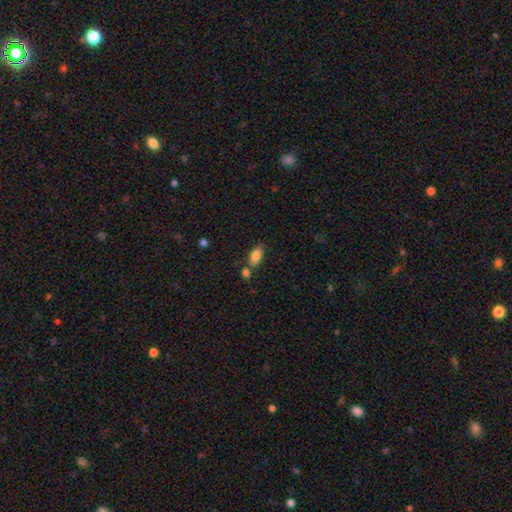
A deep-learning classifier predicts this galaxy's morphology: Smooth or featured?
  - smooth: 83% *
  - featured or disk: 9%
  - star or artifact: 8%
How rounded?
  - in between: 87% *
  - cigar-shaped: 9%
  - round: 4%
Merging?
  - none: 63% *
  - merger: 19%
  - minor disturbance: 14%
  - major disturbance: 4%